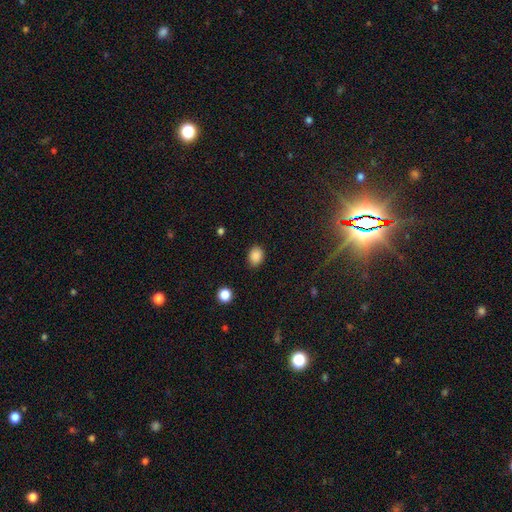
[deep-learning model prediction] A smooth galaxy with no disk features (87%) that is in between round and cigar-shaped (58%). Merging: none (85%).